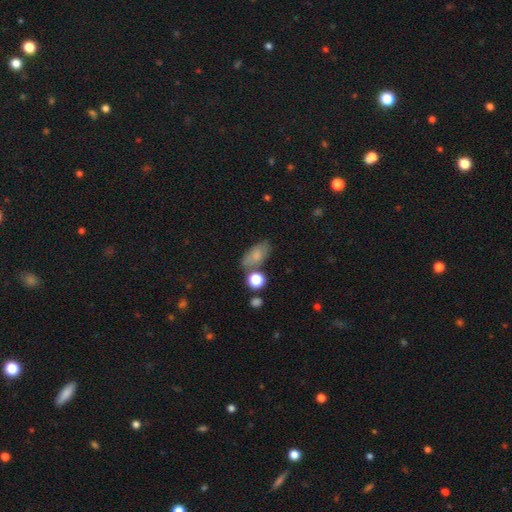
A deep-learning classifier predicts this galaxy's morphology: Overall: smooth (76%). How rounded: in between (87%). Merging: none (62%).